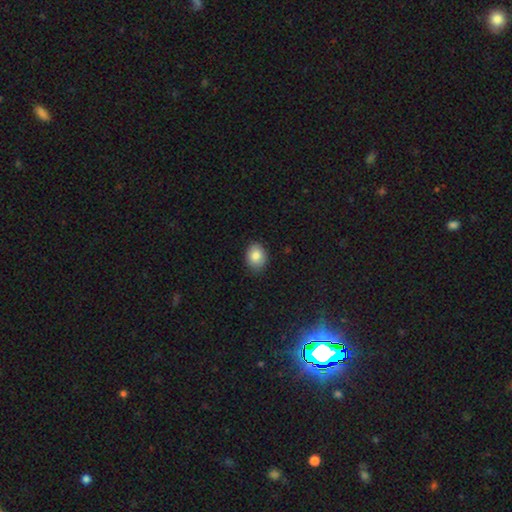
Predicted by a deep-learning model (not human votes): This appears to be a smooth galaxy with no disk features (84%) that is in between round and cigar-shaped (56%). Merging: none (85%).